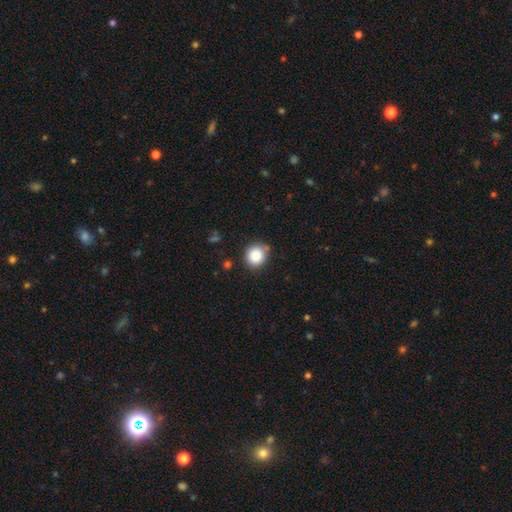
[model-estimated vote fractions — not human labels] Smooth or featured?
  - smooth: 86% *
  - star or artifact: 10%
  - featured or disk: 4%
How rounded?
  - round: 83% *
  - in between: 16%
  - cigar-shaped: 1%
Merging?
  - none: 82% *
  - minor disturbance: 12%
  - merger: 3%
  - major disturbance: 3%